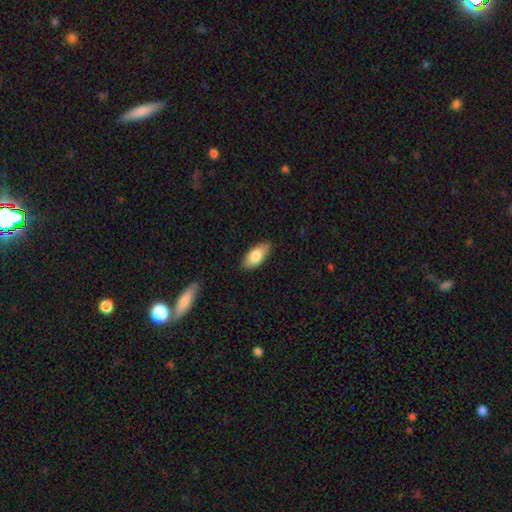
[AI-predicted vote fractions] Smooth or featured? Predicted: smooth (p=0.80). How rounded? Predicted: in between (p=0.88). Merging? Predicted: none (p=0.87).